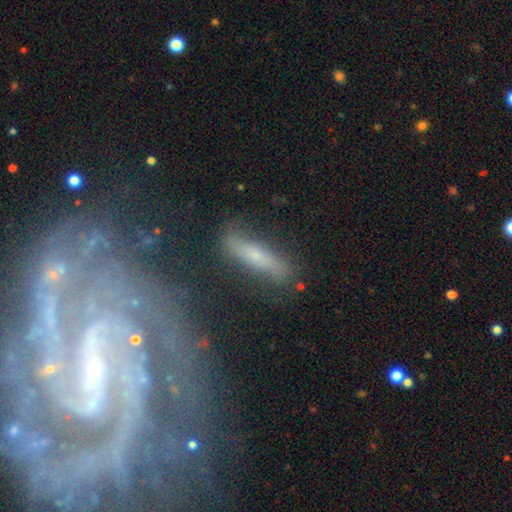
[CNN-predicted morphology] Overall: smooth (52%; featured or disk 37%). How rounded: cigar-shaped (79%). Merging: none (77%).